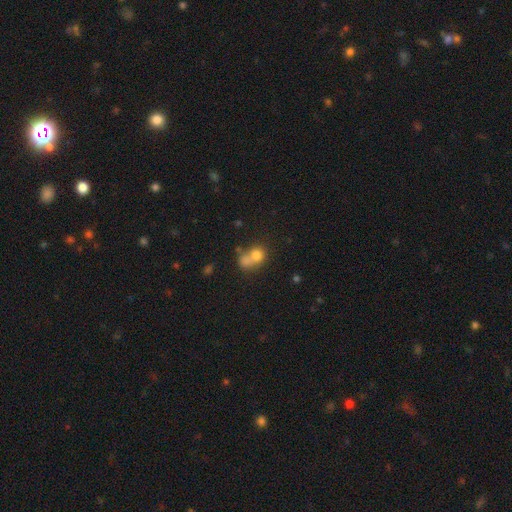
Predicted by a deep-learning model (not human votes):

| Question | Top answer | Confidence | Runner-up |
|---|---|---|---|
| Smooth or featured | smooth | 73% | featured or disk (15%) |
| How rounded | round | 65% | in between (34%) |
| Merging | merger | 58% | none (27%) |